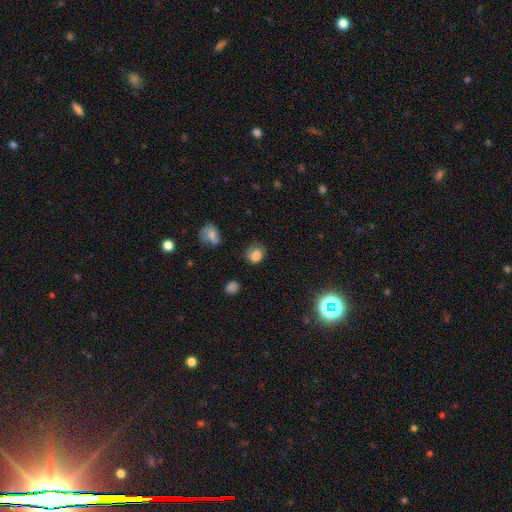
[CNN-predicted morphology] A smooth galaxy with no disk features (82%) that is round (62%).

Vote fractions:
- Smooth or featured? smooth: 82% / star or artifact: 11% / featured or disk: 7%
- How rounded? round: 62% / in between: 37% / cigar-shaped: 1%
- Merging? none: 61% / minor disturbance: 28% / major disturbance: 9% / merger: 2%